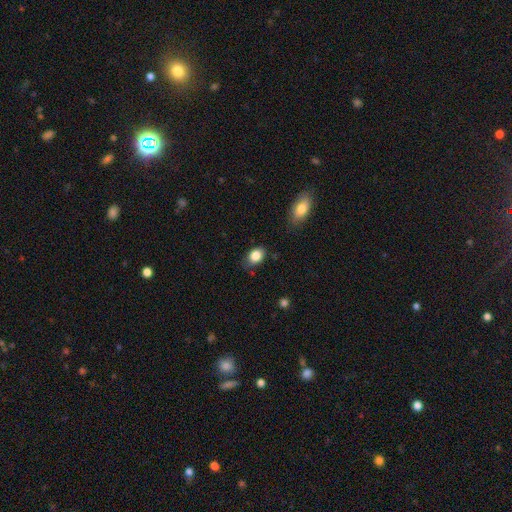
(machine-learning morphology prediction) Smooth or featured?
  - smooth: 85% *
  - star or artifact: 9%
  - featured or disk: 7%
How rounded?
  - in between: 72% *
  - round: 27%
  - cigar-shaped: 1%
Merging?
  - none: 73% *
  - minor disturbance: 21%
  - major disturbance: 4%
  - merger: 2%